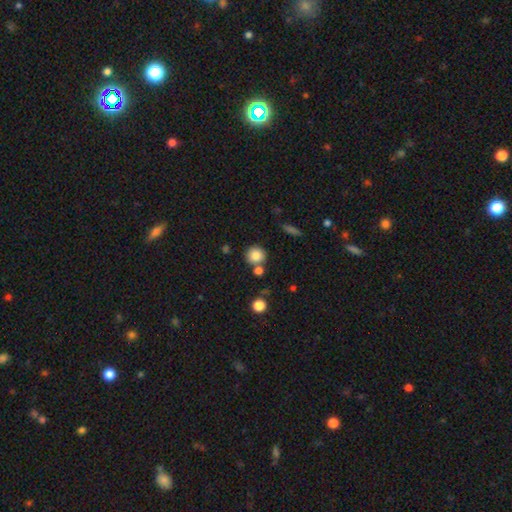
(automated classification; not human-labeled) Smooth or featured? smooth (84%)
How rounded? round (91%)
Merging? none (72%)